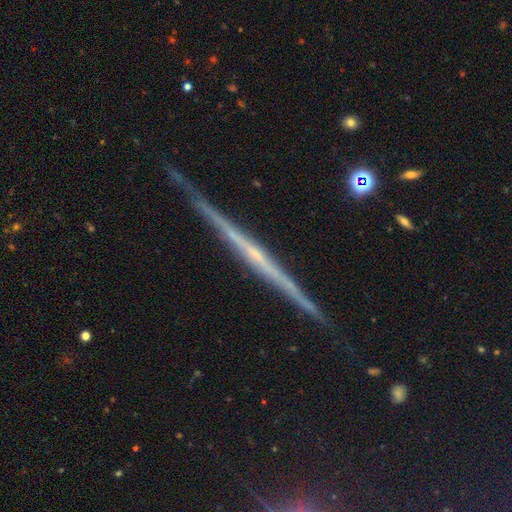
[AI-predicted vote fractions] Smooth or featured: featured or disk — 76% (star or artifact — 12%)
Edge-on disk: yes — 98% (no — 2%)
Edge-on bulge: none — 65% (rounded — 26%)
Merging: none — 89% (minor disturbance — 8%)